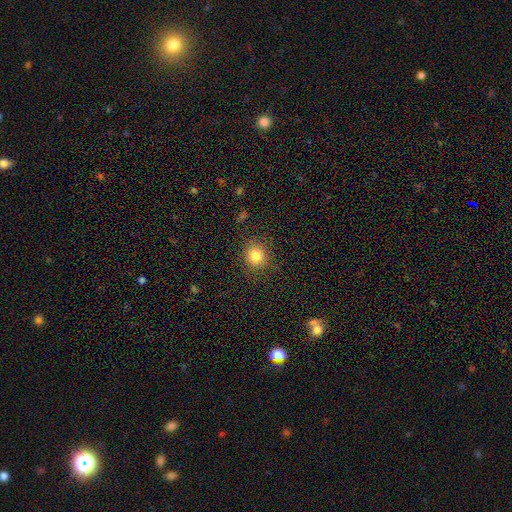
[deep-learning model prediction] Smooth or featured? smooth (83%)
How rounded? round (85%)
Merging? none (87%)